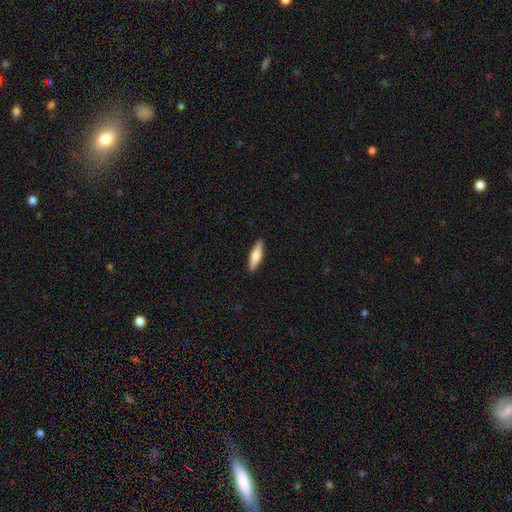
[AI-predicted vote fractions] The model was most divided on "smooth or featured": smooth: 61%, featured or disk: 34%, star or artifact: 5%. More confident: merging — none (90%); how rounded — cigar-shaped (67%).